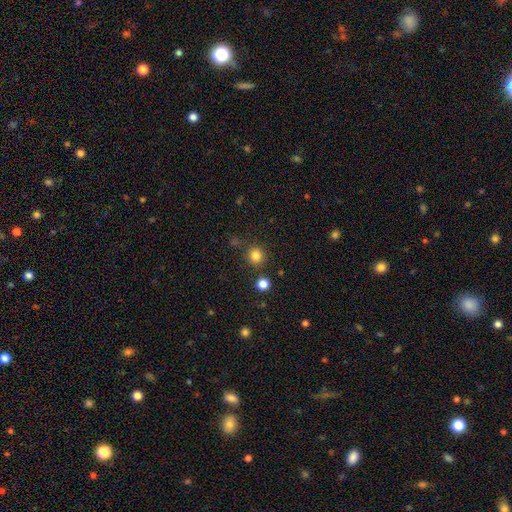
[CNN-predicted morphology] A smooth galaxy with no disk features (82%) that is round (93%).

Vote fractions:
- Smooth or featured? smooth: 82% / star or artifact: 14% / featured or disk: 4%
- How rounded? round: 93% / in between: 6% / cigar-shaped: 1%
- Merging? none: 85% / minor disturbance: 7% / merger: 5% / major disturbance: 3%